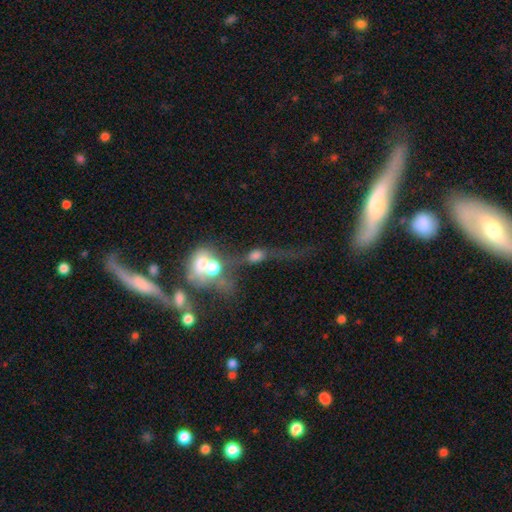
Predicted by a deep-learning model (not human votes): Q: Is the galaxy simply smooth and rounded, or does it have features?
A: smooth — 50%.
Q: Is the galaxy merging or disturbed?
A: merger — 50%.